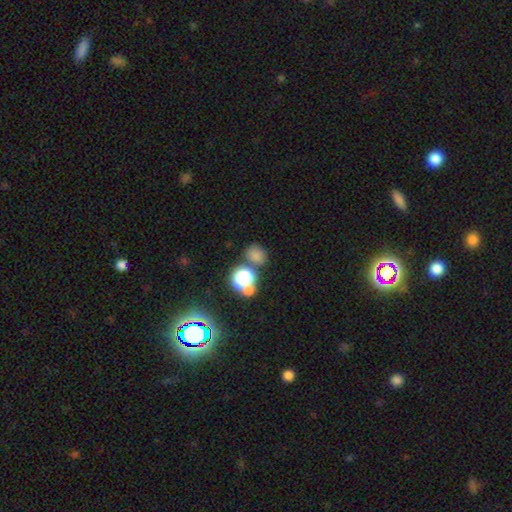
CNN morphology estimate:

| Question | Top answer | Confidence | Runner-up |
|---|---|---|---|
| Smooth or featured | smooth | 72% | star or artifact (22%) |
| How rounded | round | 66% | in between (32%) |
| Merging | none | 67% | merger (18%) |